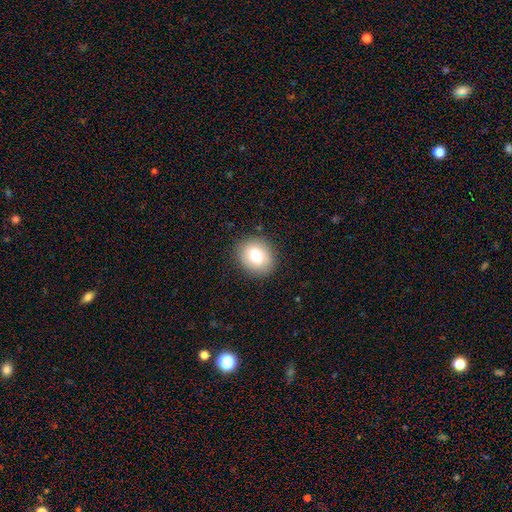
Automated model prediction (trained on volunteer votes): Smooth or featured?
  - smooth: 78% *
  - featured or disk: 14%
  - star or artifact: 8%
How rounded?
  - round: 69% *
  - in between: 30%
  - cigar-shaped: 1%
Merging?
  - none: 86% *
  - minor disturbance: 10%
  - major disturbance: 3%
  - merger: 1%